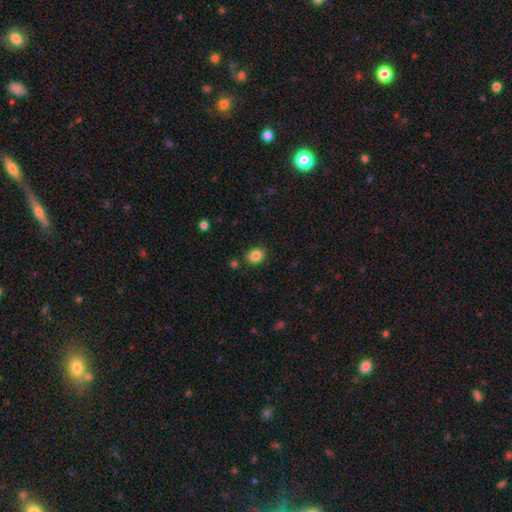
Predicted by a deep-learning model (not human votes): The model was most divided on "how rounded": round: 51%, in between: 48%, cigar-shaped: 1%. More confident: smooth or featured — smooth (85%); merging — none (82%).